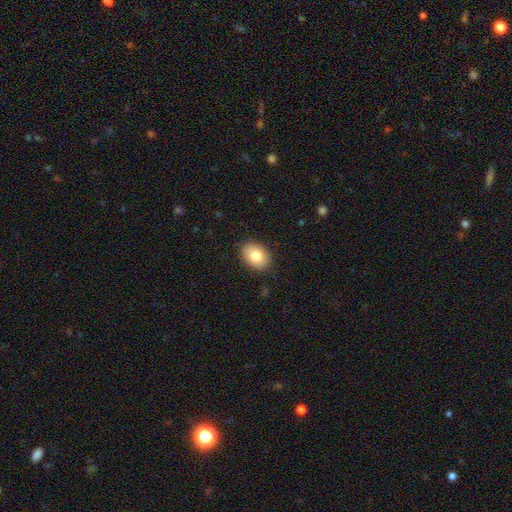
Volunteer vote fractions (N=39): Smooth or featured? smooth (72%)
How rounded? in between (75%)
Merging? none (86%)